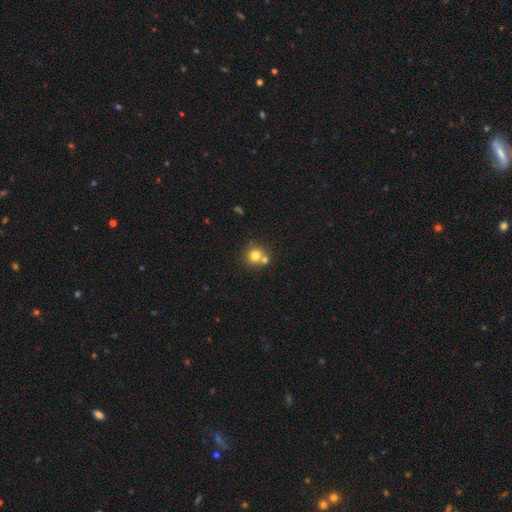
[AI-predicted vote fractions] Morphology: type=smooth (76%); roundness=round (90%); merging=none (55%).